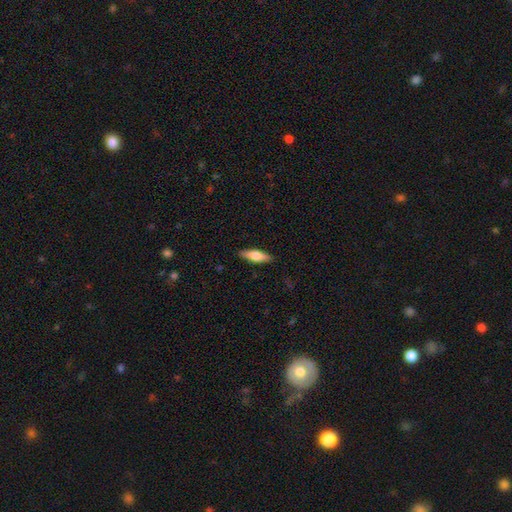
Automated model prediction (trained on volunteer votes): Smooth or featured: smooth — 62% (featured or disk — 32%)
How rounded: cigar-shaped — 51% (in between — 46%)
Merging: none — 88% (minor disturbance — 9%)